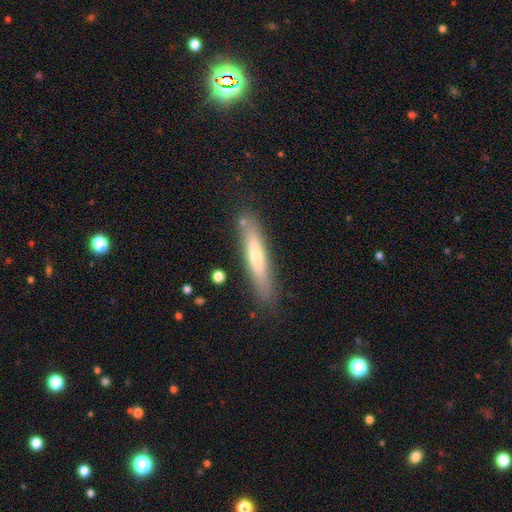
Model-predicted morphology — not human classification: The model was most divided on "smooth or featured": smooth: 59%, featured or disk: 35%, star or artifact: 6%. More confident: how rounded — cigar-shaped (89%); merging — none (83%).